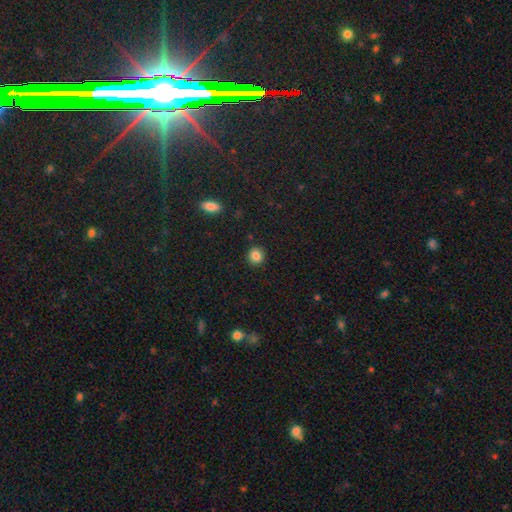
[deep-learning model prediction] smooth 84%, star or artifact 11%, featured or disk 5%. Down the decision tree: how rounded — round (86%); merging — none (91%).